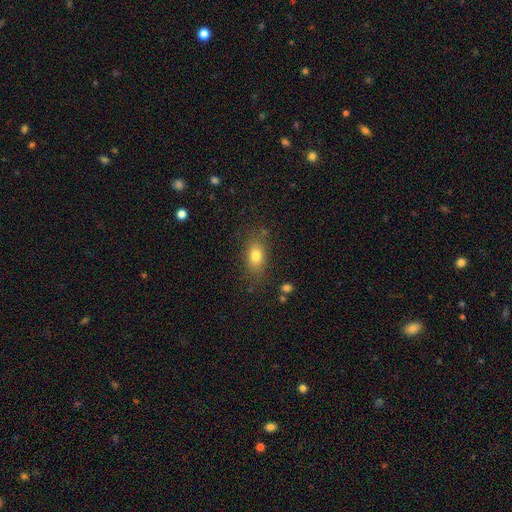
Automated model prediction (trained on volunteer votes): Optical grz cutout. It shows a smooth galaxy with no disk features (79%) that is in between round and cigar-shaped (82%). Merging: none (79%).